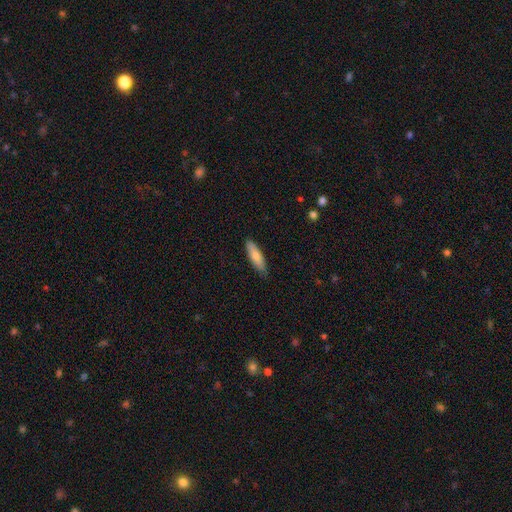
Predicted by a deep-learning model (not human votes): A smooth galaxy with no disk features (77%) that is cigar-shaped (58%).

Vote fractions:
- Smooth or featured? smooth: 77% / featured or disk: 18% / star or artifact: 6%
- How rounded? cigar-shaped: 58% / in between: 41% / round: 2%
- Merging? none: 84% / minor disturbance: 13% / major disturbance: 2% / merger: 1%